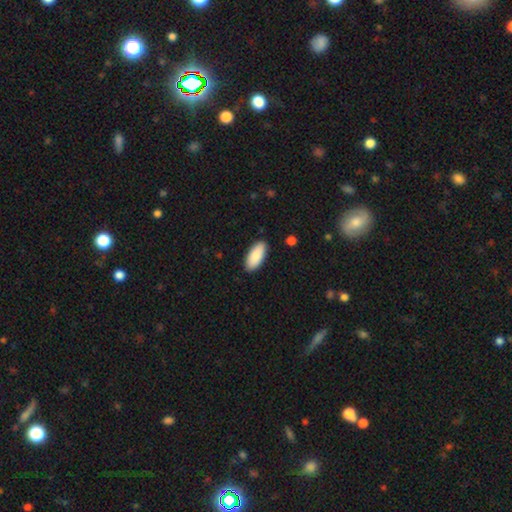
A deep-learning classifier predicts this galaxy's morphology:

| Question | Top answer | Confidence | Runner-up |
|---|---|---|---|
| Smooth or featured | smooth | 89% | star or artifact (6%) |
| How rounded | in between | 89% | cigar-shaped (9%) |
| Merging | none | 88% | minor disturbance (9%) |